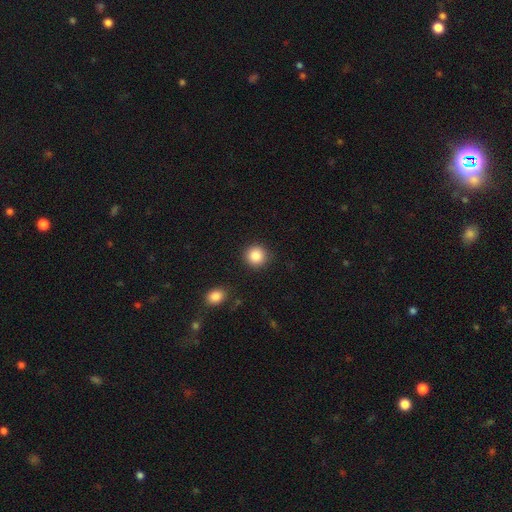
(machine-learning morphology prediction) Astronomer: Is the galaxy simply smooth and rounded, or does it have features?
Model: smooth — 86%.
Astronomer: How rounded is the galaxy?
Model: round — 93%.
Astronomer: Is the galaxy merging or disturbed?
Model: none — 90%.